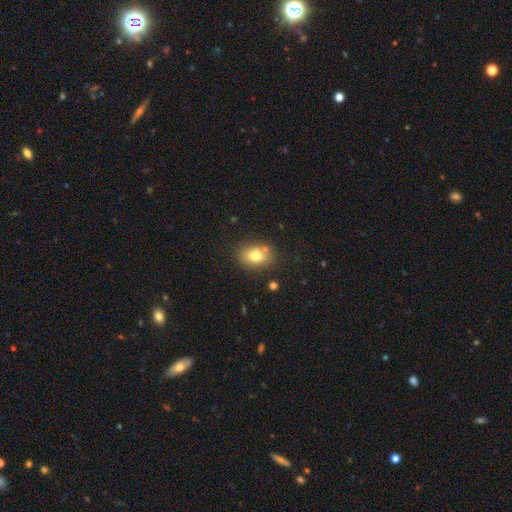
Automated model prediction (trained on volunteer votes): smooth 76%, featured or disk 14%, star or artifact 10%. Down the decision tree: how rounded — in between (70%); merging — none (74%).